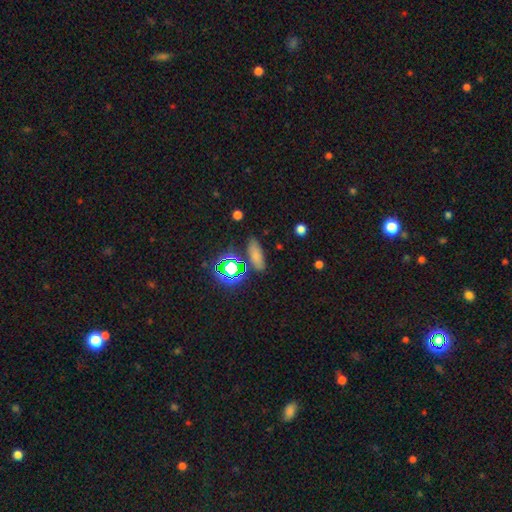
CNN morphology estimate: Overall: smooth (69%). How rounded: in between (63%; cigar-shaped 30%). Merging: none (80%).